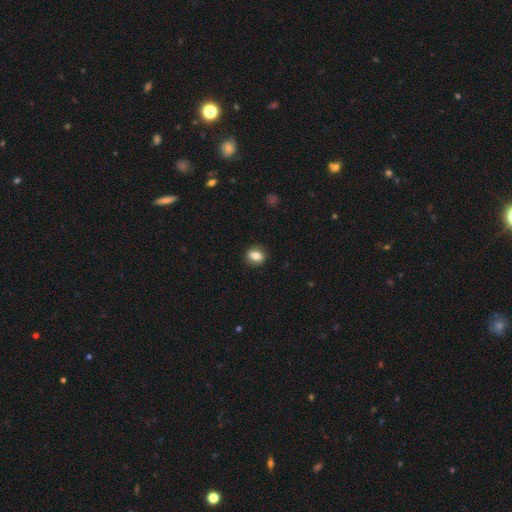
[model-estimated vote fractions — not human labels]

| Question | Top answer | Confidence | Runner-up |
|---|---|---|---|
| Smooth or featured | smooth | 78% | featured or disk (13%) |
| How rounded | in between | 50% | round (48%) |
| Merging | none | 88% | minor disturbance (9%) |